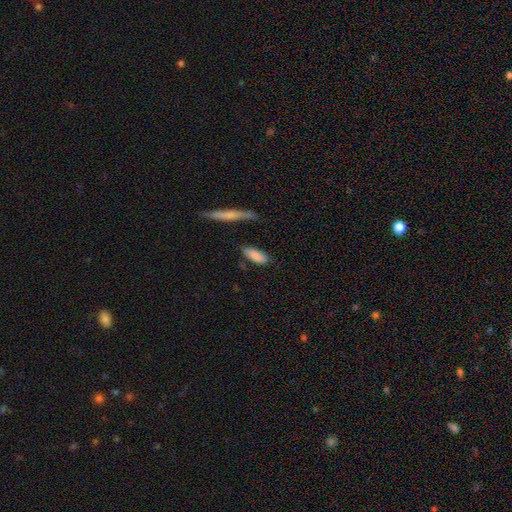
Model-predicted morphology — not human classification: smooth-or-featured: smooth: 84% | featured or disk: 10% | star or artifact: 7%
  how-rounded: in between: 73% | cigar-shaped: 25% | round: 2%
  merging: none: 73% | minor disturbance: 19% | merger: 4% | major disturbance: 4%